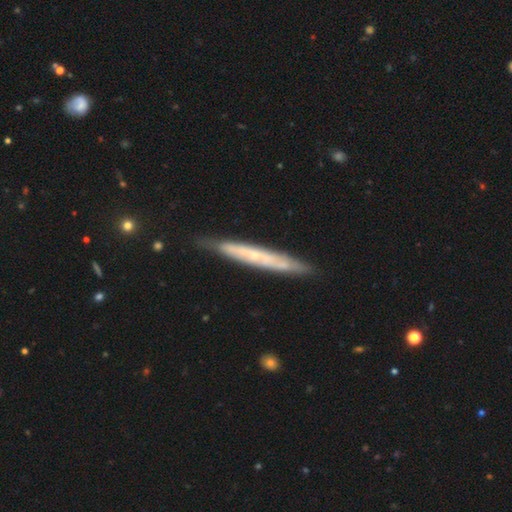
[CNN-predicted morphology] This appears to be a featured or disk galaxy (62%) viewed edge-on (78%). Merging: none (79%).